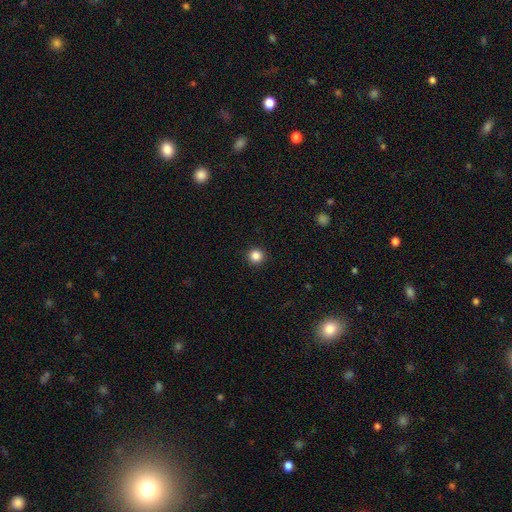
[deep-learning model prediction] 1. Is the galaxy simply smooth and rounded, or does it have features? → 86% smooth, 11% star or artifact, 3% featured or disk.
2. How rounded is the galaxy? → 95% round, 4% in between, 1% cigar-shaped.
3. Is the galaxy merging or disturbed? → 93% none, 5% minor disturbance, 2% major disturbance, 1% merger.